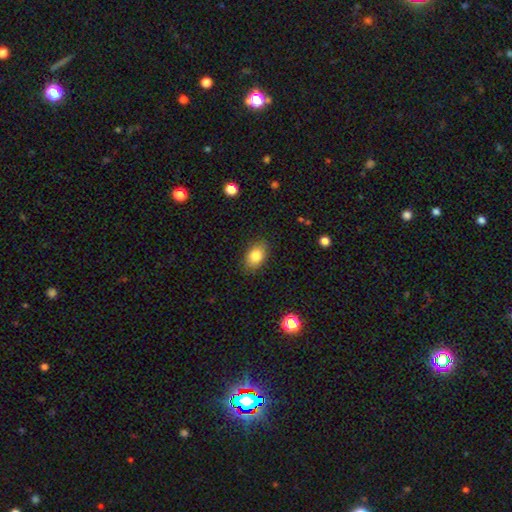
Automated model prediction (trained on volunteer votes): smooth-or-featured: smooth: 82% | featured or disk: 10% | star or artifact: 8%
  how-rounded: in between: 85% | round: 14% | cigar-shaped: 2%
  merging: none: 85% | minor disturbance: 12% | major disturbance: 2% | merger: 1%